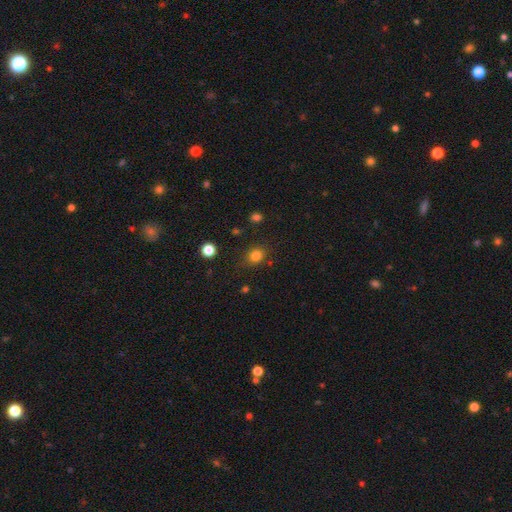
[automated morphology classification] smooth_or_featured: smooth (p=0.81) [alt: star or artifact p=0.14]
how_rounded: round (p=0.70) [alt: in between p=0.29]
merging: none (p=0.80) [alt: minor disturbance p=0.13]